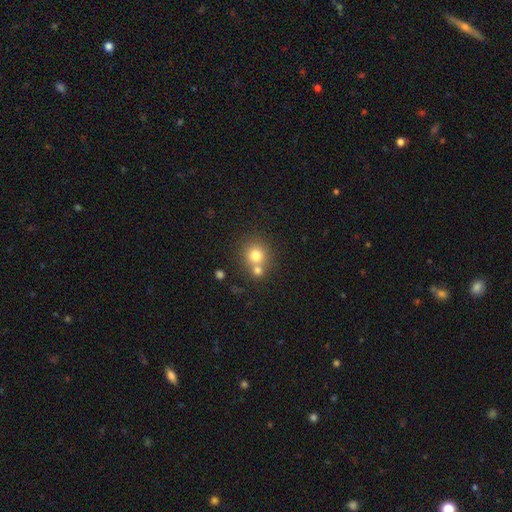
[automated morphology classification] A smooth galaxy with no disk features (76%) that is round (89%). Merging: none (53%).